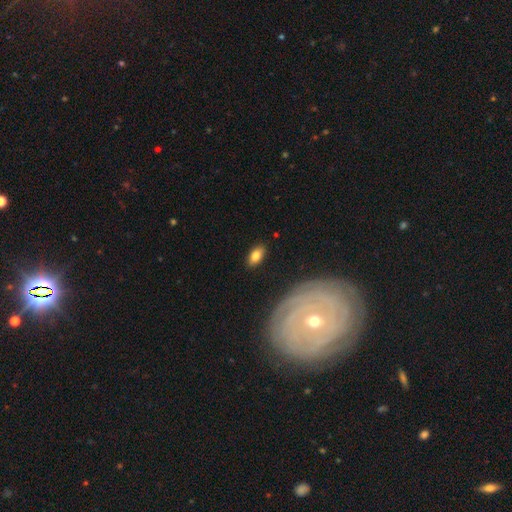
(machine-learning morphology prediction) Smooth or featured?
  - smooth: 81% *
  - featured or disk: 12%
  - star or artifact: 7%
How rounded?
  - in between: 91% *
  - round: 5%
  - cigar-shaped: 4%
Merging?
  - none: 85% *
  - minor disturbance: 10%
  - major disturbance: 3%
  - merger: 2%